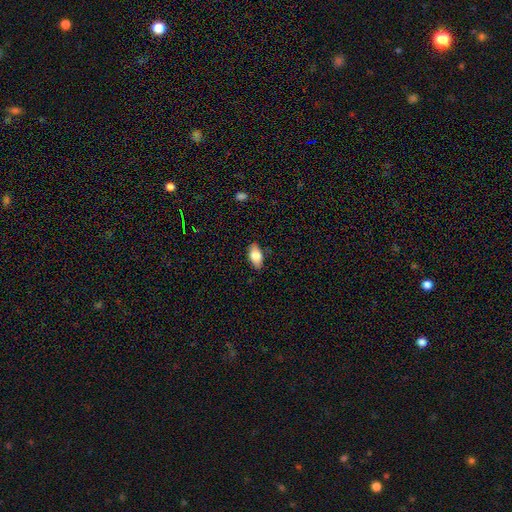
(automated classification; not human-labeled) Q: Smooth or featured?
A: smooth (76%); runner-up: featured or disk (17%)
Q: How rounded?
A: in between (90%); runner-up: cigar-shaped (6%)
Q: Merging?
A: none (83%); runner-up: minor disturbance (13%)